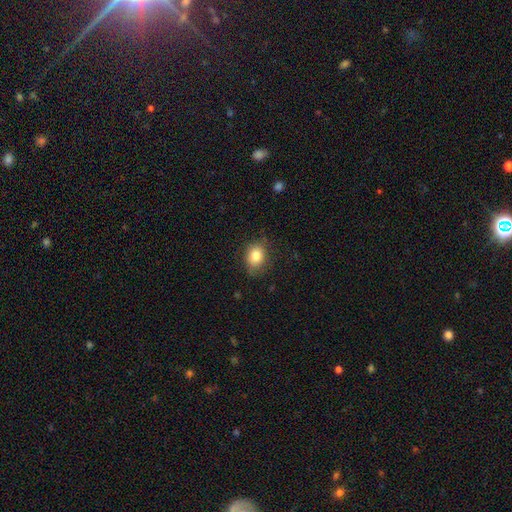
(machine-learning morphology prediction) This is clearly a smooth galaxy (83%). How rounded: possibly in between (51%). Merging: likely none (76%).